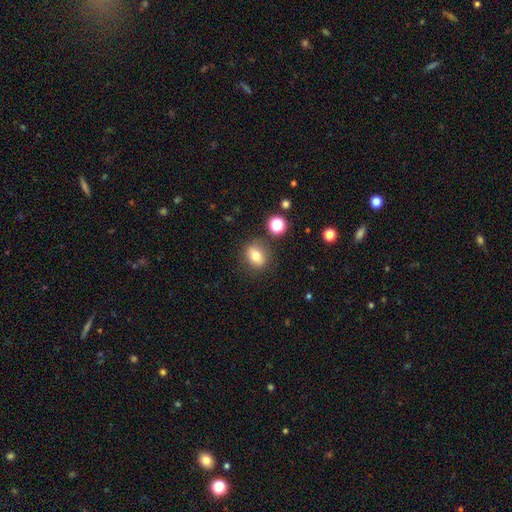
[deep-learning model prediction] The model was most divided on "how rounded": in between: 51%, round: 47%, cigar-shaped: 2%. More confident: merging — none (82%); smooth or featured — smooth (74%).